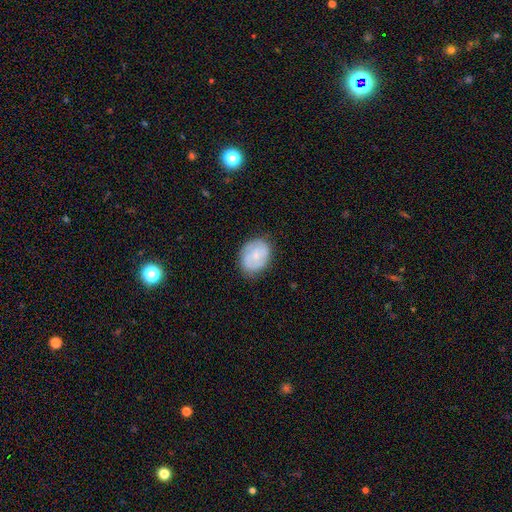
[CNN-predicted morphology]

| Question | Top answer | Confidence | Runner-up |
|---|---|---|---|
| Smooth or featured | smooth | 54% | featured or disk (39%) |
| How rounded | in between | 55% | round (44%) |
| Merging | none | 78% | minor disturbance (16%) |